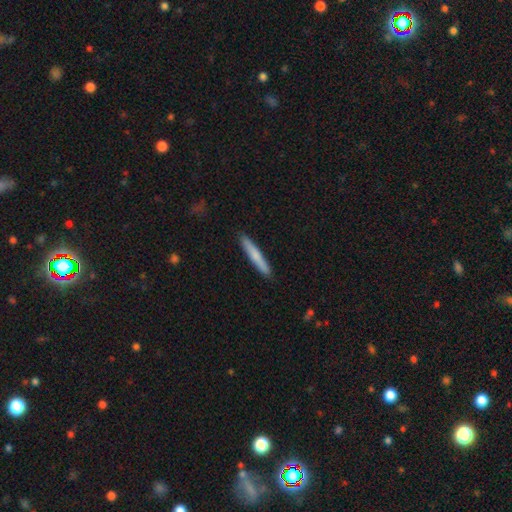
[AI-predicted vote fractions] Smooth or featured? smooth (70%)
How rounded? cigar-shaped (95%)
Merging? none (91%)